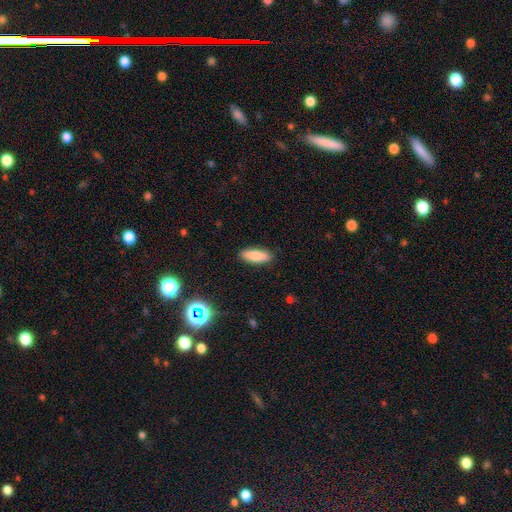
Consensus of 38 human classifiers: smooth 84%, featured or disk 11%, star or artifact 5%. Down the decision tree: how rounded — in between (72%); merging — none (83%).